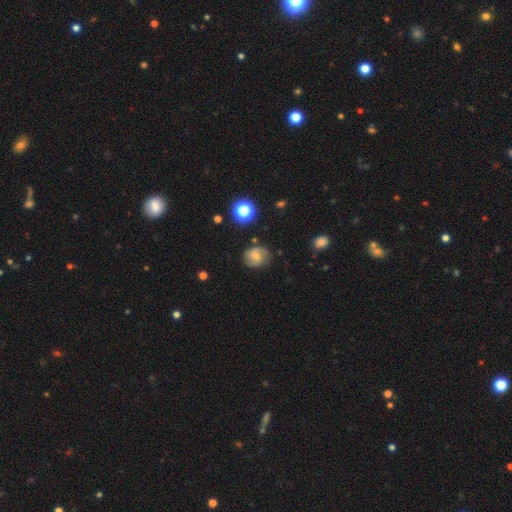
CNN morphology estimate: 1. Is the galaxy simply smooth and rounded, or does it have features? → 50% featured or disk, 38% smooth, 12% star or artifact.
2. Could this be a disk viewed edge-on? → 97% no, 3% yes.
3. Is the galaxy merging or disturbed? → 75% none, 18% minor disturbance, 5% major disturbance, 2% merger.